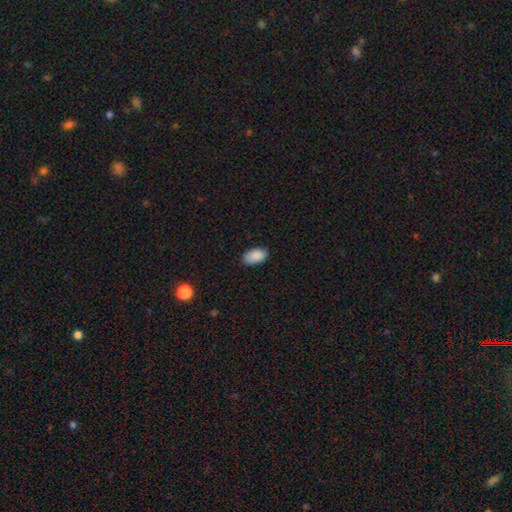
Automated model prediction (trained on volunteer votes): Smooth or featured? Predicted: smooth (p=0.90). How rounded? Predicted: in between (p=0.95). Merging? Predicted: none (p=0.84).